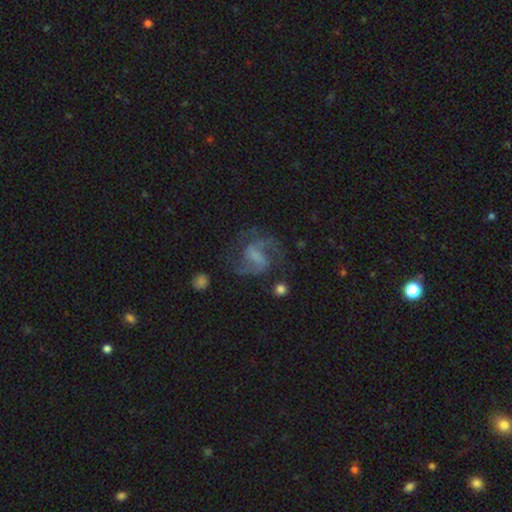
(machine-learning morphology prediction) The model was most divided on "bulge size": none: 43%, small: 27%, moderate: 20%, large: 8%, dominant: 2%. Remaining: edge-on disk — no (98%); spiral arms — yes (95%); spiral arm count — 2 (85%); smooth or featured — featured or disk (80%); merging — none (65%); spiral winding — medium (56%); bar — weak (49%).